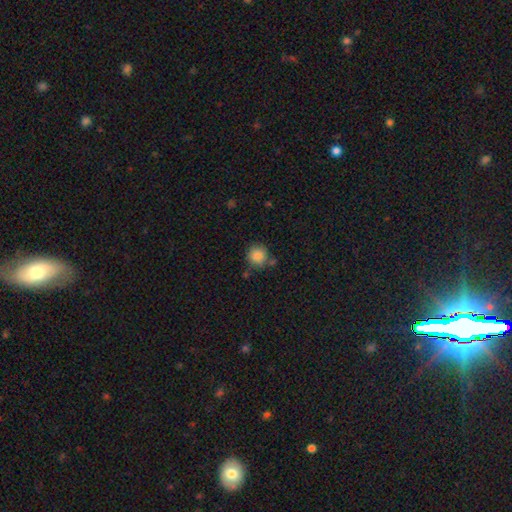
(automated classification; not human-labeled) Smooth or featured? Predicted: smooth (p=0.84). How rounded? Predicted: round (p=0.91). Merging? Predicted: none (p=0.75).